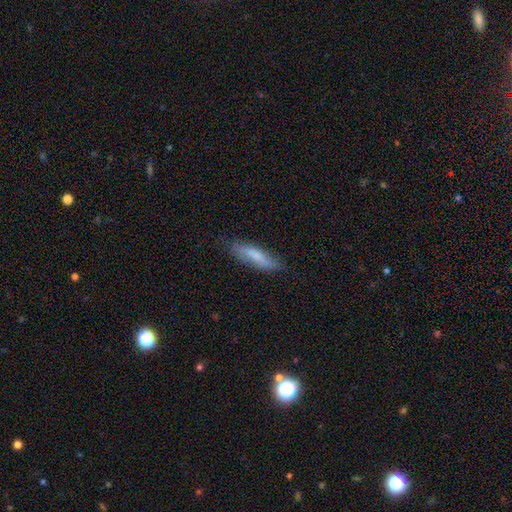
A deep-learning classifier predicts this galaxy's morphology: Smooth or featured? smooth (70%)
How rounded? cigar-shaped (67%)
Merging? none (73%)